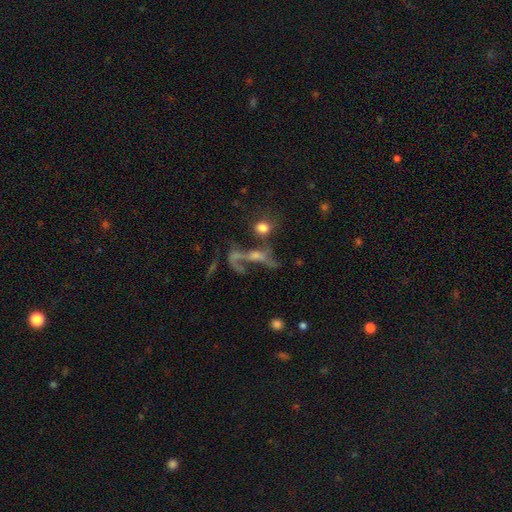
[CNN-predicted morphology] featured or disk 48%, smooth 27%, star or artifact 25%. Down the decision tree: merging — merger (31%, tied with none).